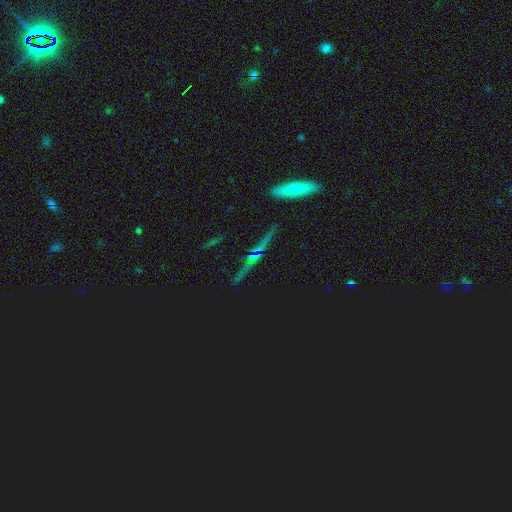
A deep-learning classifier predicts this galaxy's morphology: This is possibly a star or artifact rather than a galaxy (54%).